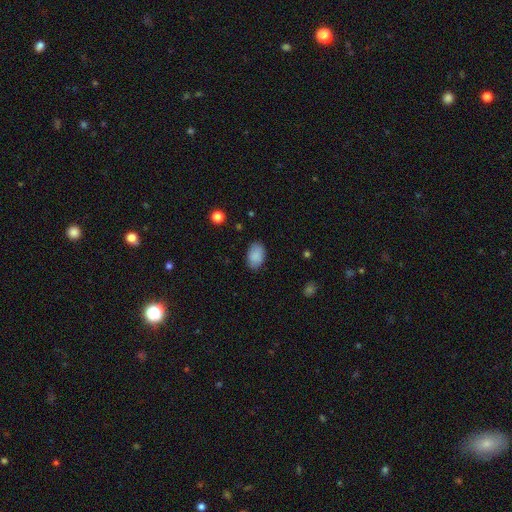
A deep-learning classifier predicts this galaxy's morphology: type=smooth (89%); roundness=in between (90%); merging=none (86%).